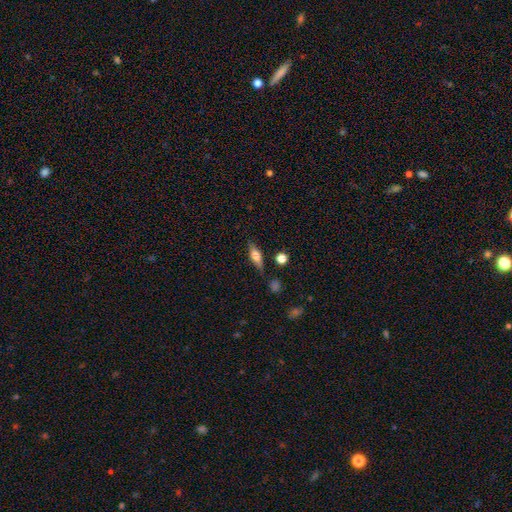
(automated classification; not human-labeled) Smooth or featured? smooth (56%)
How rounded? in between (54%)
Merging? none (78%)